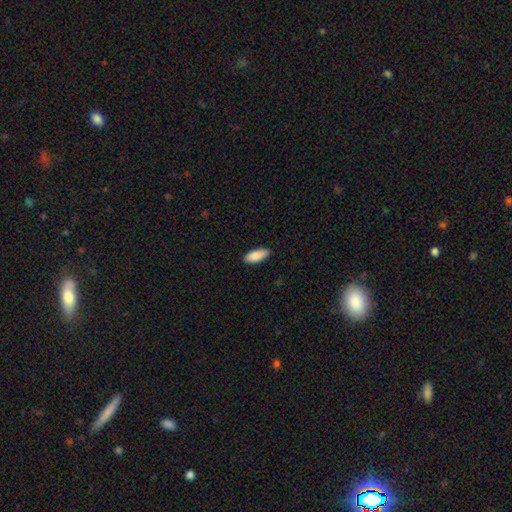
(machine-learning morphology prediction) Overall: smooth (89%). How rounded: in between (82%). Merging: none (86%).